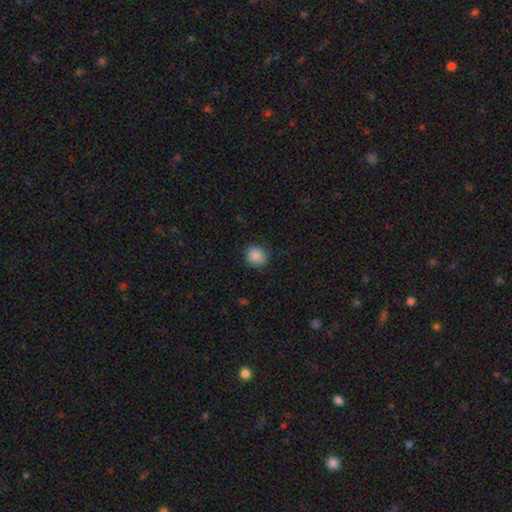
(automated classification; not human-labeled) smooth 88%, star or artifact 9%, featured or disk 4%. Down the decision tree: how rounded — round (81%); merging — none (83%).